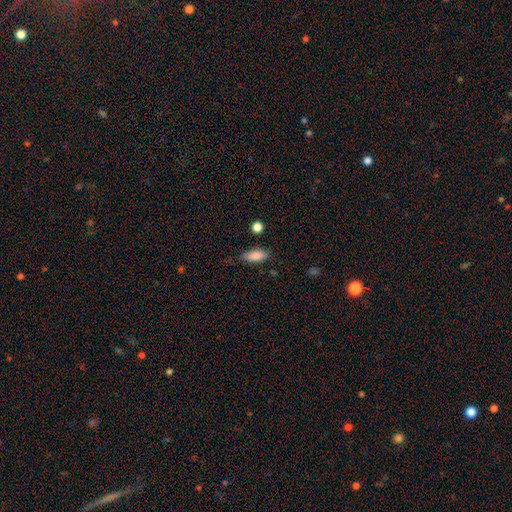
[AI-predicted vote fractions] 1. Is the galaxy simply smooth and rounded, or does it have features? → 84% smooth, 9% featured or disk, 7% star or artifact.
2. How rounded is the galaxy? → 73% in between, 24% cigar-shaped, 3% round.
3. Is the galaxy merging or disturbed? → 75% none, 18% minor disturbance, 4% major disturbance, 3% merger.